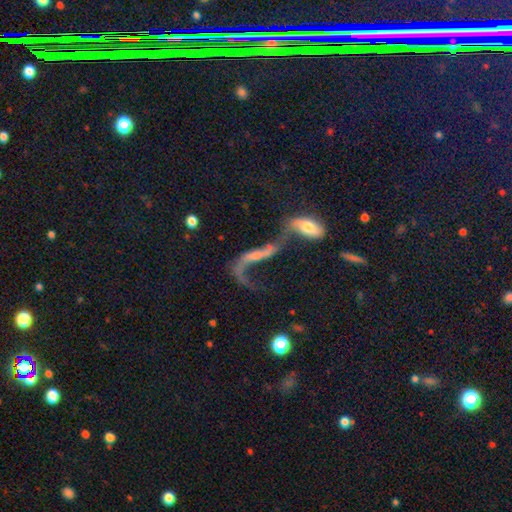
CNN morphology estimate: The model was most divided on "bulge size": small: 41%, none: 27%, moderate: 25%, large: 5%, dominant: 2%. More confident: edge-on disk — no (87%); spiral arms — yes (68%); smooth or featured — featured or disk (67%); merging — merger (56%); bar — no (55%).